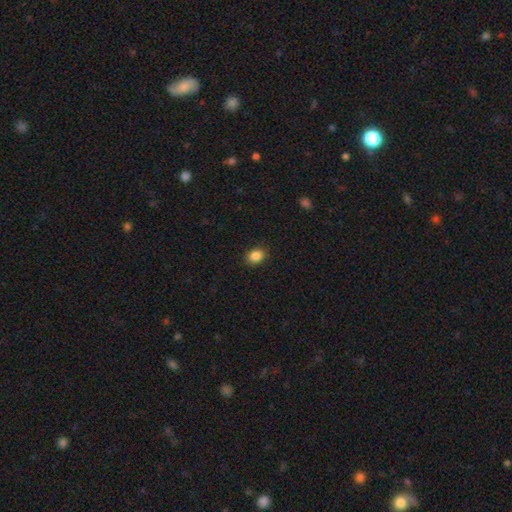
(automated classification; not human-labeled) Smooth or featured?
  - smooth: 87% *
  - star or artifact: 10%
  - featured or disk: 4%
How rounded?
  - in between: 59% *
  - round: 40%
  - cigar-shaped: 1%
Merging?
  - none: 89% *
  - minor disturbance: 8%
  - major disturbance: 2%
  - merger: 1%